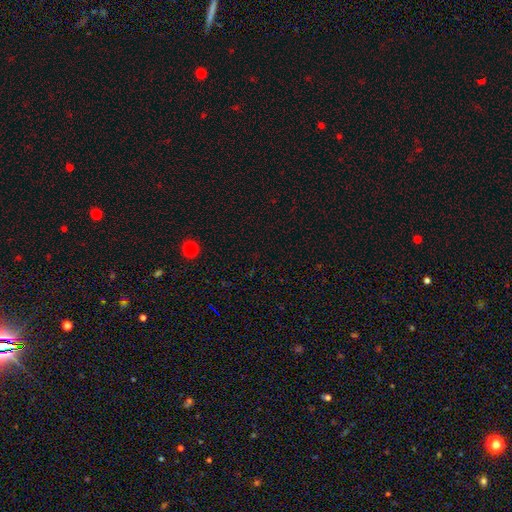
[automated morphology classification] Overall: star or artifact (61%; smooth 32%).